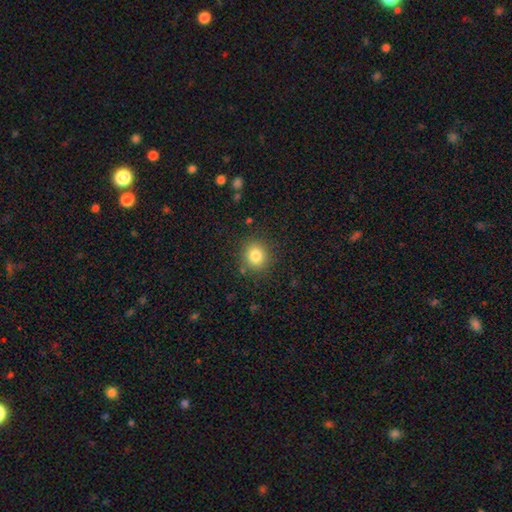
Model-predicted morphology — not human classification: A smooth galaxy with no disk features (81%) that is round (86%).

Vote fractions:
- Smooth or featured? smooth: 81% / star or artifact: 12% / featured or disk: 7%
- How rounded? round: 86% / in between: 13% / cigar-shaped: 1%
- Merging? none: 87% / minor disturbance: 8% / major disturbance: 3% / merger: 2%